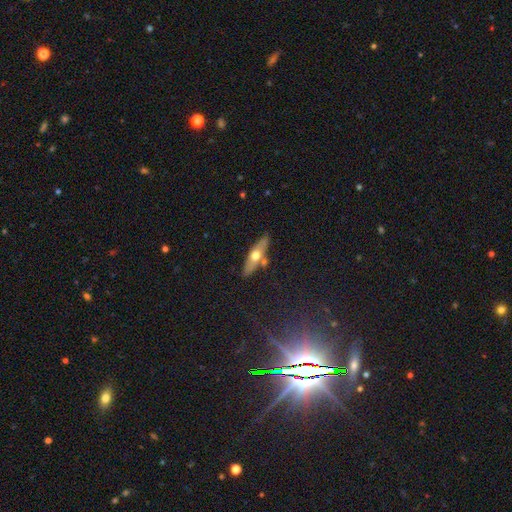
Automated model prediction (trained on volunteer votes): The model was most divided on "smooth or featured": featured or disk: 51%, smooth: 42%, star or artifact: 6%. More confident: merging — none (77%); edge-on disk — yes (76%).